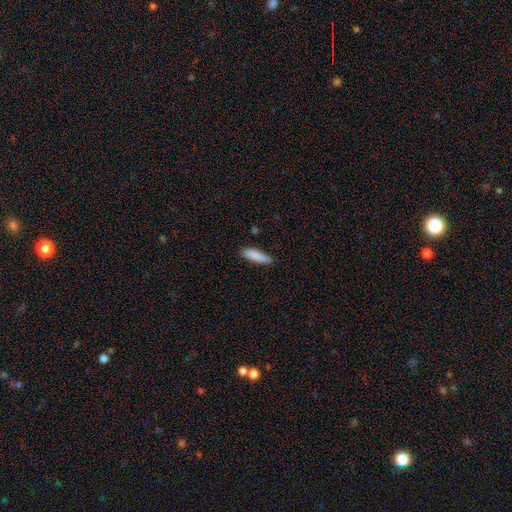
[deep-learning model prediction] Smooth or featured? Predicted: smooth (p=0.87). How rounded? Predicted: cigar-shaped (p=0.66). Merging? Predicted: none (p=0.80).